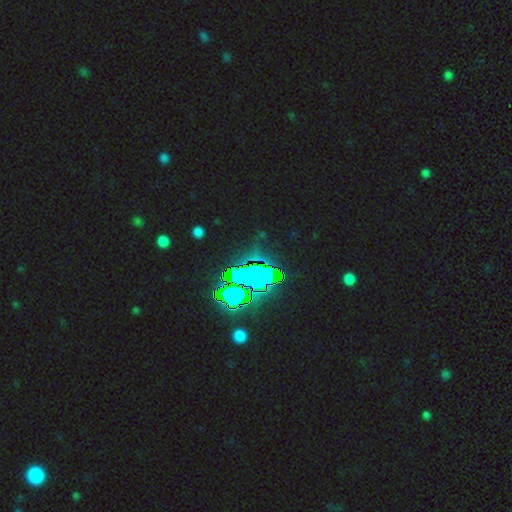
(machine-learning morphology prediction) Smooth or featured? Predicted: star or artifact (p=0.76).